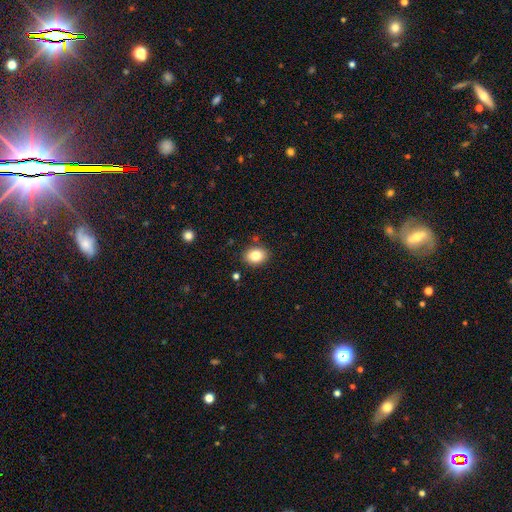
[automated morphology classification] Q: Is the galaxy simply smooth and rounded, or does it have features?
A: smooth — 83%.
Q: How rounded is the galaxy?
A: in between — 61%.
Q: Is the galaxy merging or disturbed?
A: none — 86%.